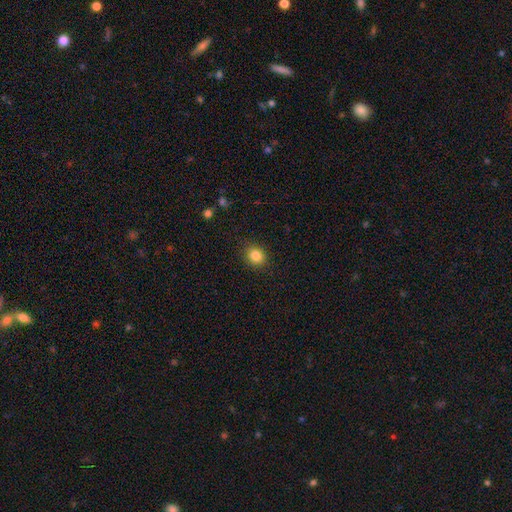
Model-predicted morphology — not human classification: Overall: smooth (85%). How rounded: round (74%). Merging: none (89%).